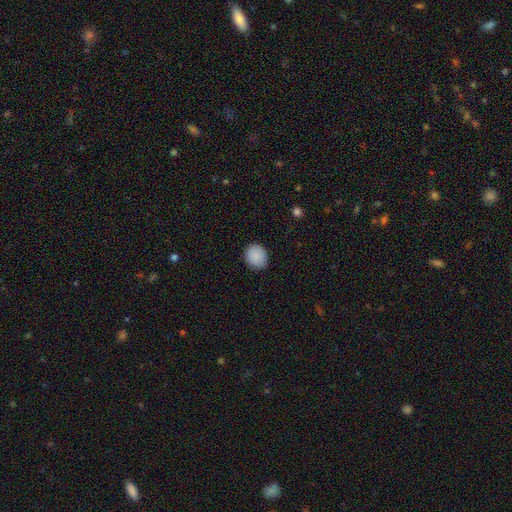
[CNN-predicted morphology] Overall: smooth (89%). How rounded: round (75%). Merging: none (89%).